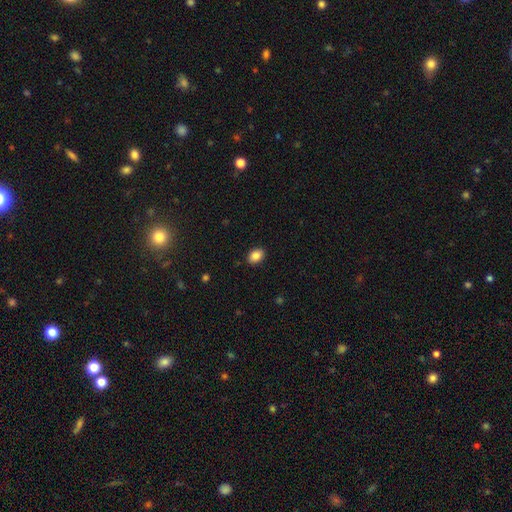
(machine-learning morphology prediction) smooth 87%, star or artifact 8%, featured or disk 5%. Down the decision tree: how rounded — in between (78%); merging — none (89%).